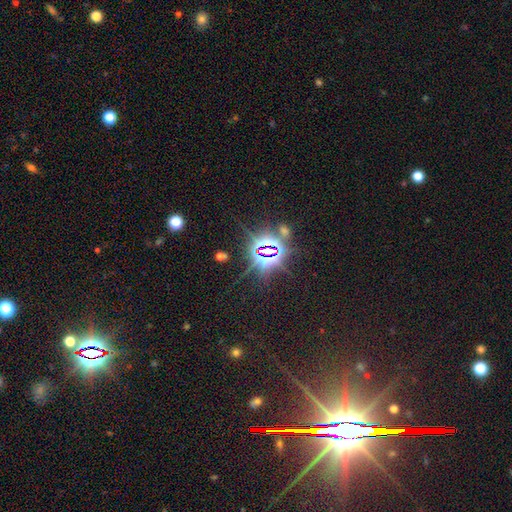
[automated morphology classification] Q: Smooth or featured?
A: star or artifact (83%); runner-up: smooth (8%)